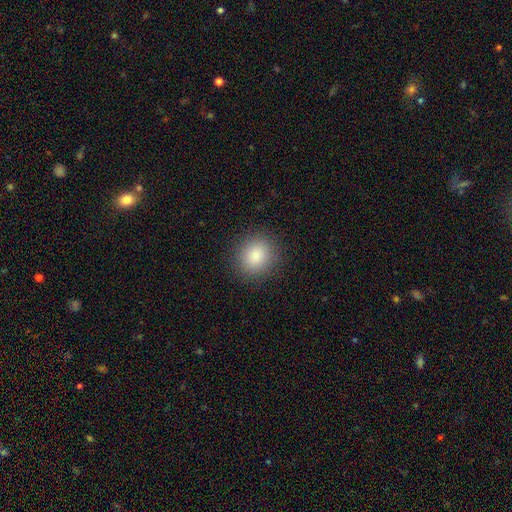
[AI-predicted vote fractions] The model was most divided on "how rounded": round: 80%, in between: 19%, cigar-shaped: 1%. More confident: merging — none (89%); smooth or featured — smooth (85%).